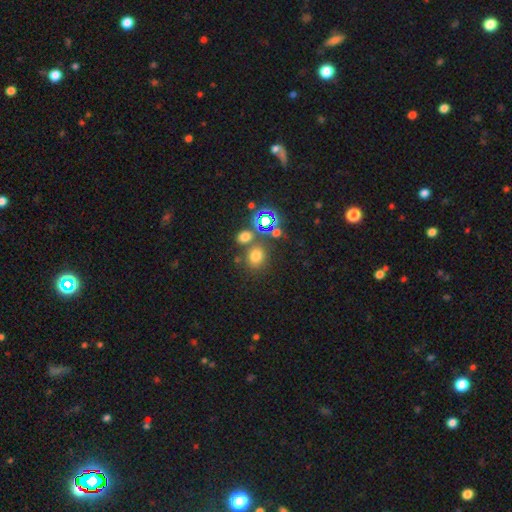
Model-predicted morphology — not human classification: smooth 67%, star or artifact 26%, featured or disk 7%. Down the decision tree: how rounded — round (74%); merging — none (67%).